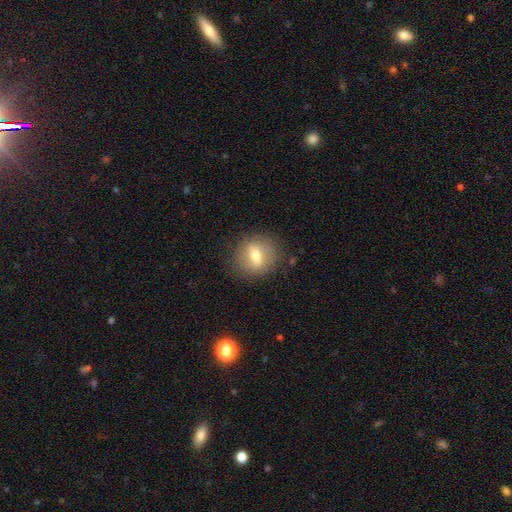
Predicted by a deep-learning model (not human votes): Smooth or featured? Predicted: smooth (p=0.60). How rounded? Predicted: round (p=0.75). Merging? Predicted: none (p=0.84).